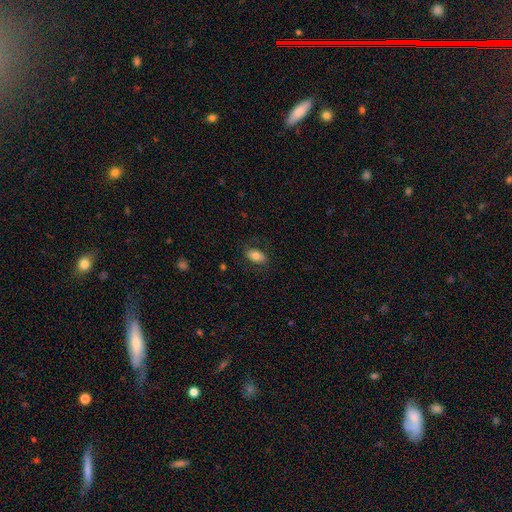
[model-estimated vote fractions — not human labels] Smooth or featured? Predicted: smooth (p=0.78). How rounded? Predicted: in between (p=0.91). Merging? Predicted: none (p=0.81).